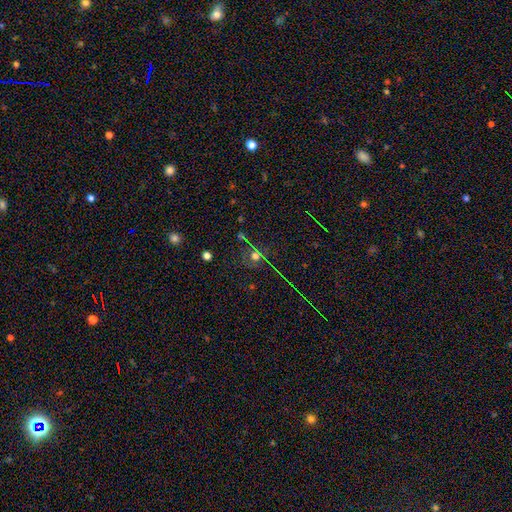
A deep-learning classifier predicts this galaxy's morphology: smooth 42%, star or artifact 40%, featured or disk 18%. Down the decision tree: merging — none (70%).